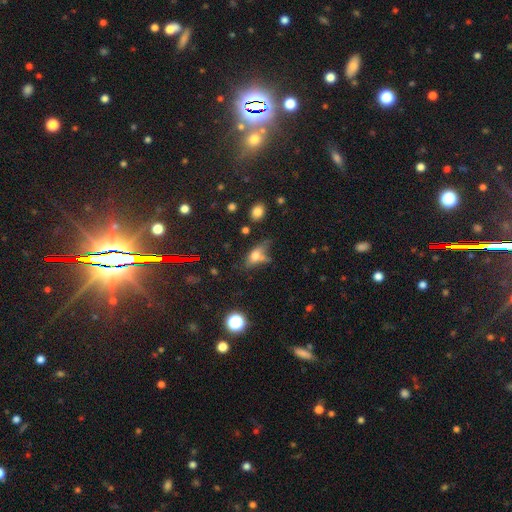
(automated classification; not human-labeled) This appears to be a smooth galaxy with no disk features (57%) that is in between round and cigar-shaped (72%). Merging: none (43%).